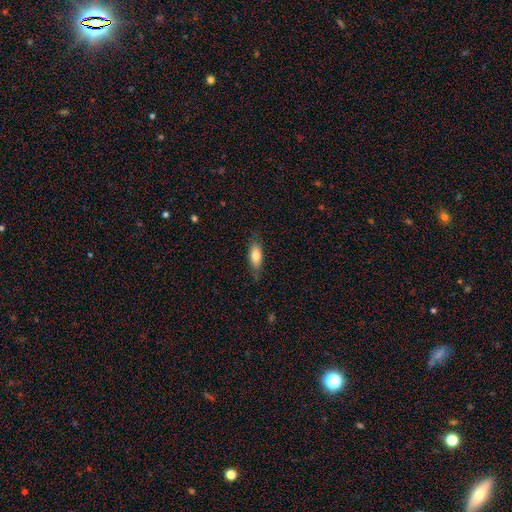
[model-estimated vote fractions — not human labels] Overall: smooth (79%). How rounded: in between (72%). Merging: none (77%).